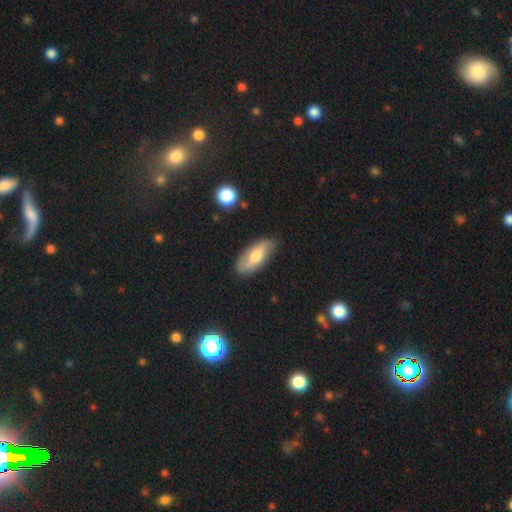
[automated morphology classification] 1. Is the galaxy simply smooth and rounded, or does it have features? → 56% smooth, 38% featured or disk, 6% star or artifact.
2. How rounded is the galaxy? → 81% in between, 16% cigar-shaped, 3% round.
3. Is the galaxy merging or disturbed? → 83% none, 13% minor disturbance, 3% major disturbance, 2% merger.